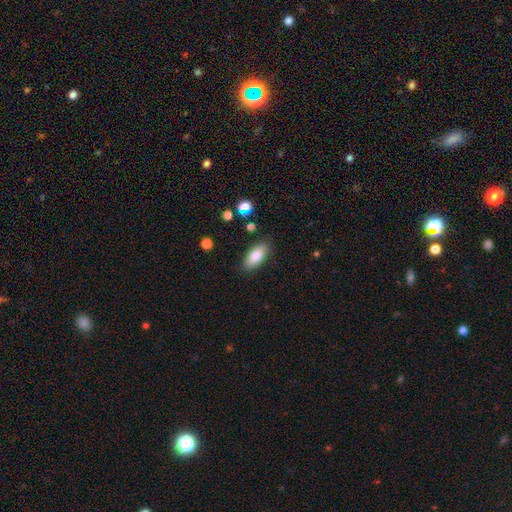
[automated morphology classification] Q: Smooth or featured?
A: smooth (83%); runner-up: featured or disk (10%)
Q: How rounded?
A: in between (87%); runner-up: cigar-shaped (11%)
Q: Merging?
A: none (86%); runner-up: minor disturbance (10%)